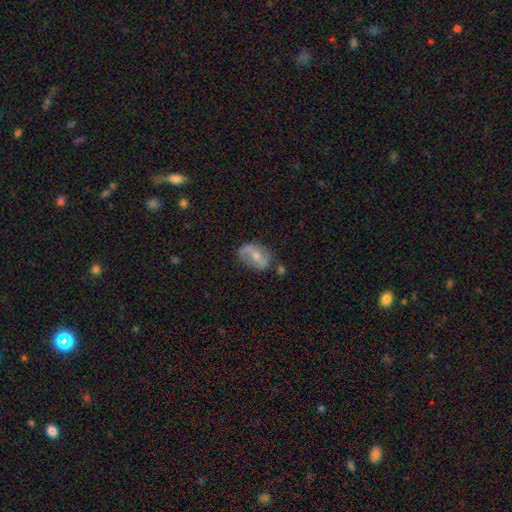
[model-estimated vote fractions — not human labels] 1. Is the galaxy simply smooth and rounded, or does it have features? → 56% featured or disk, 36% smooth, 8% star or artifact.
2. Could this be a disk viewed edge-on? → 95% no, 5% yes.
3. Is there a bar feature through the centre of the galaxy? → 39% weak, 37% no, 24% strong.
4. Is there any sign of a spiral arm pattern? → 66% yes, 34% no.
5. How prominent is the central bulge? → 52% moderate, 41% small, 3% none, 3% large, 1% dominant.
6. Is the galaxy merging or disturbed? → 56% none, 27% minor disturbance, 12% major disturbance, 5% merger.